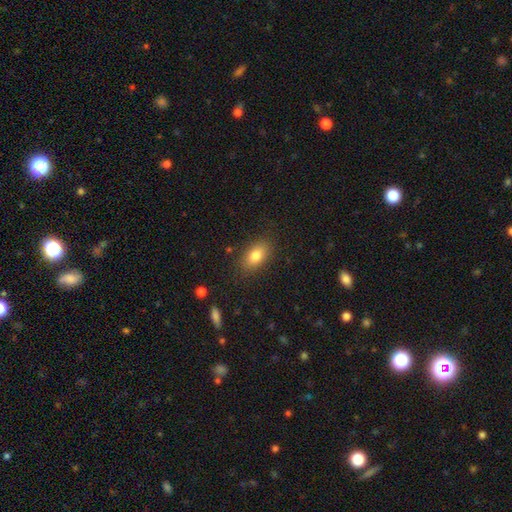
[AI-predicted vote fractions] This is clearly a smooth galaxy (82%). How rounded: clearly in between (88%). Merging: clearly none (84%).